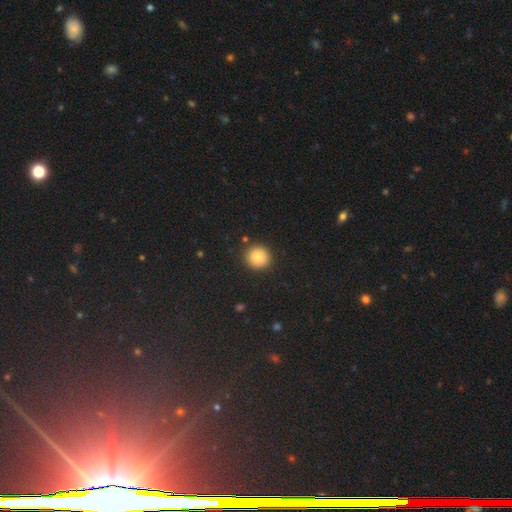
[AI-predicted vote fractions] Smooth or featured: smooth — 83% (star or artifact — 11%)
How rounded: round — 93% (in between — 6%)
Merging: none — 91% (minor disturbance — 6%)